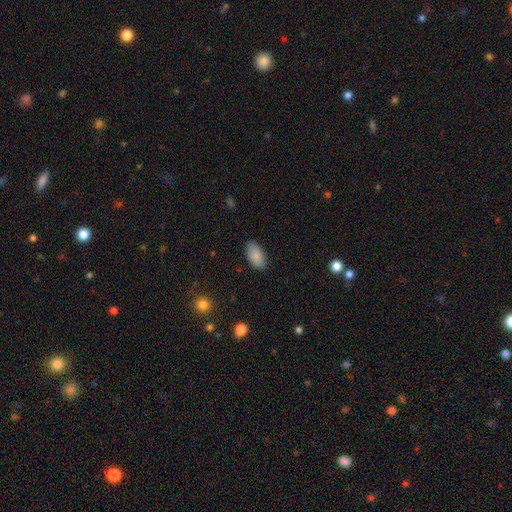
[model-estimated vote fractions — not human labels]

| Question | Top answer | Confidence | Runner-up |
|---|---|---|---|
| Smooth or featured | smooth | 88% | star or artifact (7%) |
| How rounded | in between | 94% | round (3%) |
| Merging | none | 85% | minor disturbance (12%) |